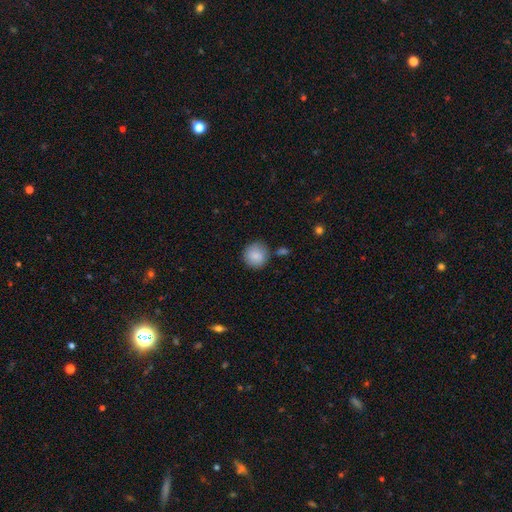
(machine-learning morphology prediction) Smooth or featured?
  - smooth: 87% *
  - star or artifact: 7%
  - featured or disk: 6%
How rounded?
  - round: 93% *
  - in between: 6%
  - cigar-shaped: 1%
Merging?
  - none: 80% *
  - minor disturbance: 12%
  - merger: 4%
  - major disturbance: 3%